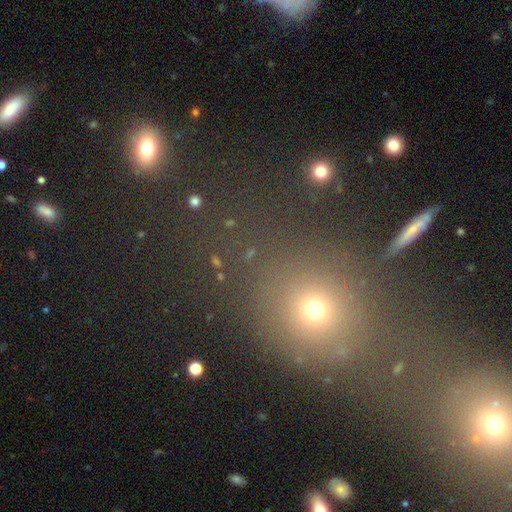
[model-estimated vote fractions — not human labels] Morphology: type=smooth (53%); roundness=round (69%); merging=none (66%).